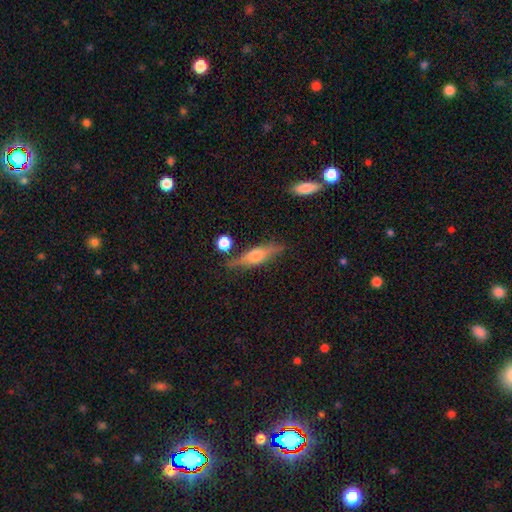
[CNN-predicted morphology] featured or disk 52%, smooth 41%, star or artifact 7%. Down the decision tree: edge-on disk — yes (90%); merging — none (74%).